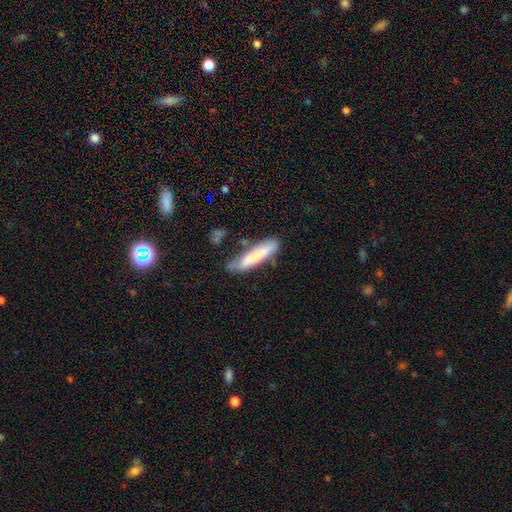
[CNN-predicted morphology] smooth_or_featured: smooth (p=0.73) [alt: featured or disk p=0.20]
how_rounded: cigar-shaped (p=0.85) [alt: in between p=0.14]
merging: none (p=0.62) [alt: minor disturbance p=0.24]